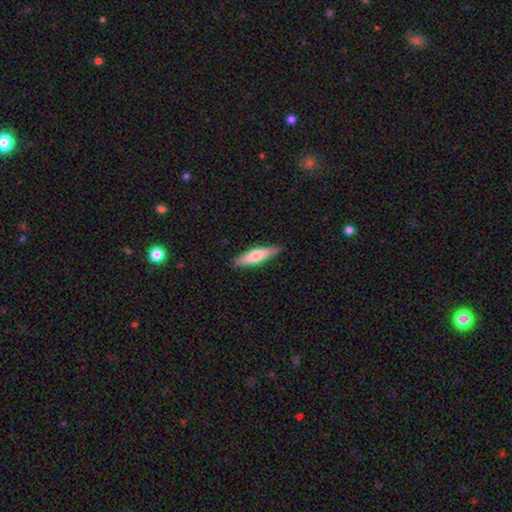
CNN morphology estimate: Smooth or featured: smooth — 59% (featured or disk — 36%)
How rounded: cigar-shaped — 76% (in between — 22%)
Merging: none — 88% (minor disturbance — 9%)